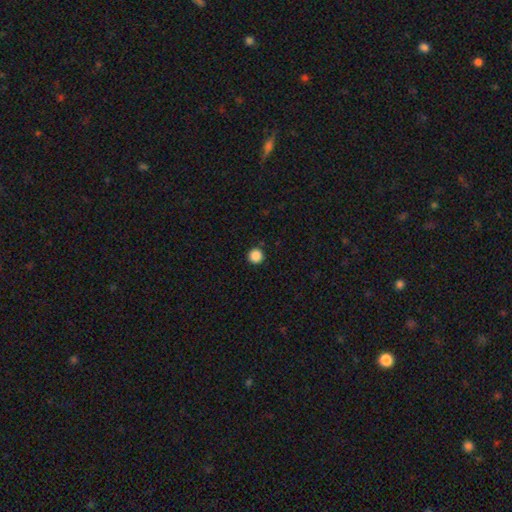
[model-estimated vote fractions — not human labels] Smooth or featured? smooth (87%)
How rounded? round (97%)
Merging? none (93%)